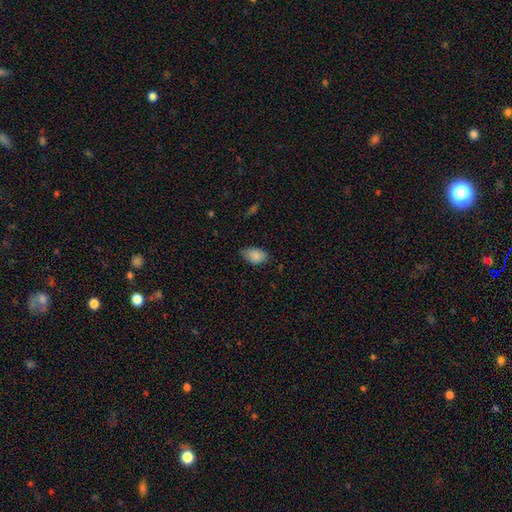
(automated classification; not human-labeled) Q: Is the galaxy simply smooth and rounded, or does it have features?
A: smooth — 88%.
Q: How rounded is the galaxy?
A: in between — 87%.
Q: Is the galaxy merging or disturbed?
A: none — 64%.